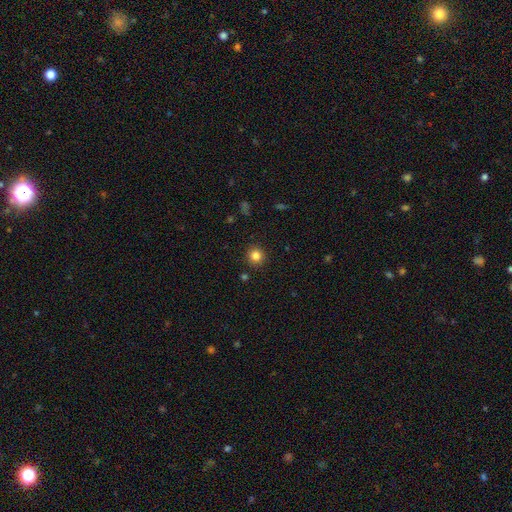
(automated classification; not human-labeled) Smooth or featured?
  - smooth: 83% *
  - star or artifact: 12%
  - featured or disk: 5%
How rounded?
  - round: 94% *
  - in between: 5%
  - cigar-shaped: 1%
Merging?
  - none: 91% *
  - minor disturbance: 6%
  - major disturbance: 2%
  - merger: 1%